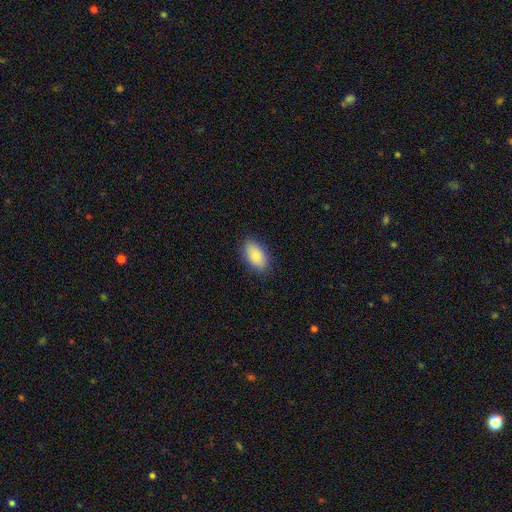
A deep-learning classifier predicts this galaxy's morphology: Overall: smooth (84%). How rounded: in between (93%). Merging: none (86%).